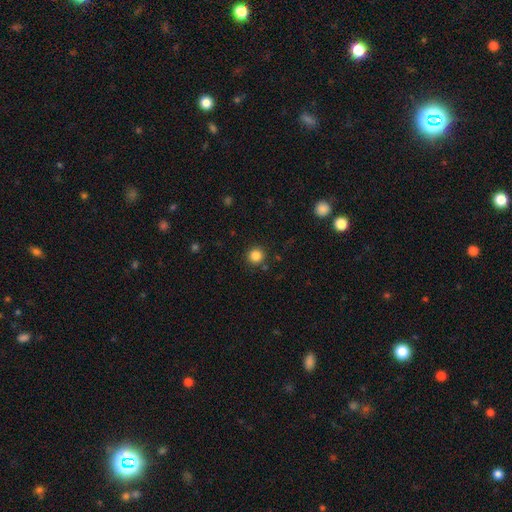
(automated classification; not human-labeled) Smooth or featured? Predicted: smooth (p=0.85). How rounded? Predicted: round (p=0.94). Merging? Predicted: none (p=0.89).